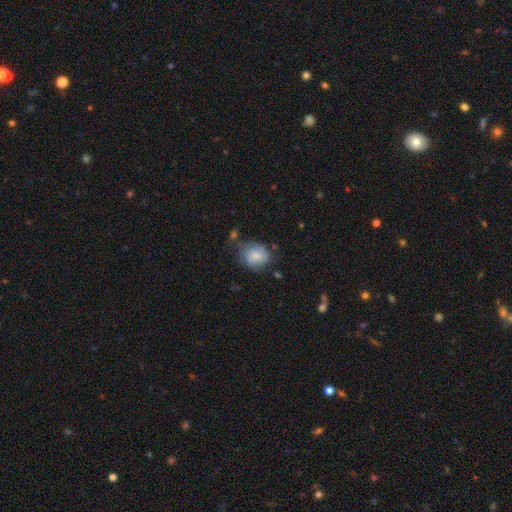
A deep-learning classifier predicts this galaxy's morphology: Overall: smooth (75%). How rounded: round (67%; in between 32%). Merging: none (57%; minor disturbance 28%).